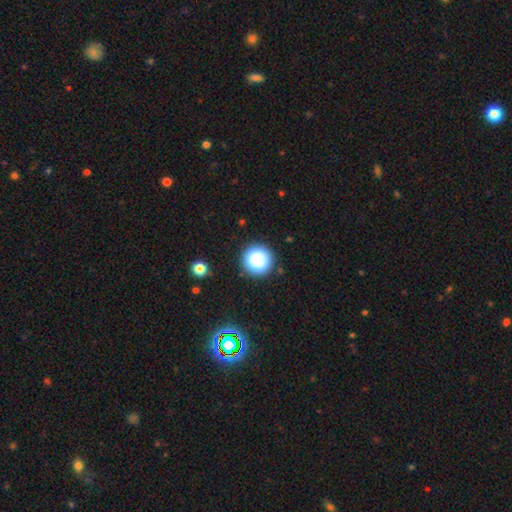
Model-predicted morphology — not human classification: smooth-or-featured: smooth: 85% | star or artifact: 10% | featured or disk: 5%
  how-rounded: round: 96% | in between: 3% | cigar-shaped: 1%
  merging: none: 90% | minor disturbance: 7% | major disturbance: 2% | merger: 2%